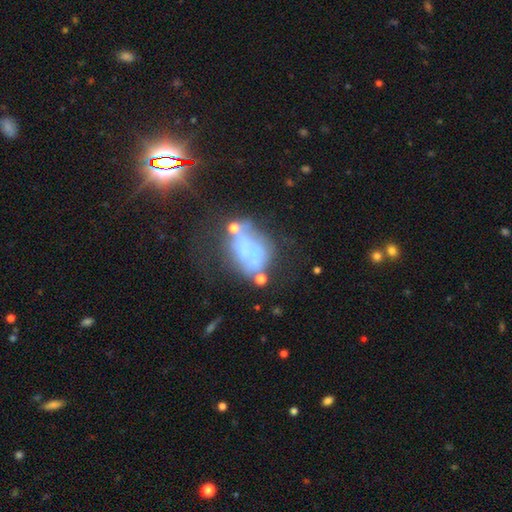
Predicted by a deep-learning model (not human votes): smooth-or-featured: featured or disk: 56% | smooth: 29% | star or artifact: 16%
  disk-edge-on: no: 97% | yes: 3%
    bar: no: 90% | weak: 6% | strong: 3%
    has-spiral-arms: no: 93% | yes: 7%
    bulge-size: none: 62% | small: 18% | moderate: 13% | large: 4% | dominant: 2%
  merging: merger: 33% | major disturbance: 27% | none: 25% | minor disturbance: 15%